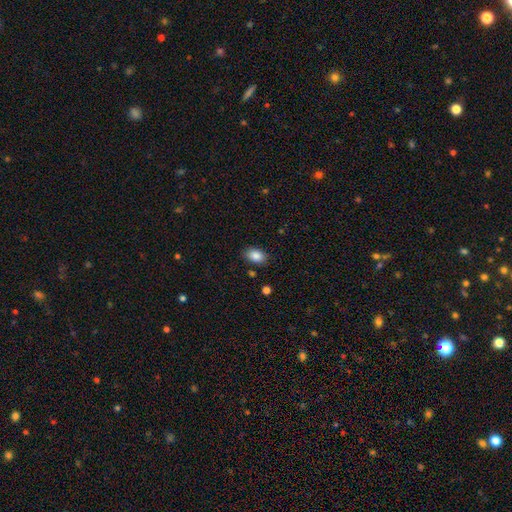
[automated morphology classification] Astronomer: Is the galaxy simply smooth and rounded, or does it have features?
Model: smooth — 87%.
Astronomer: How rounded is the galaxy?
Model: in between — 85%.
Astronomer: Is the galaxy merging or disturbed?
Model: none — 84%.